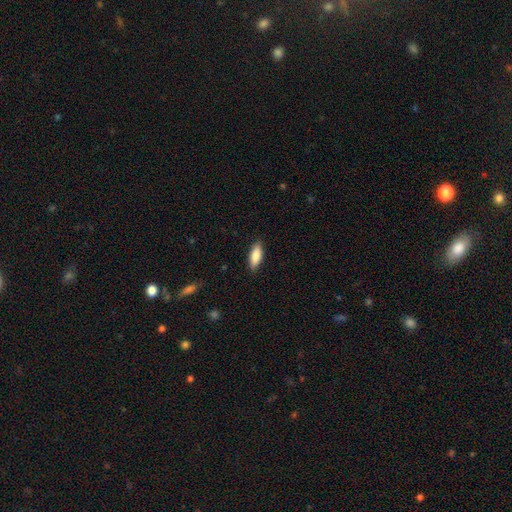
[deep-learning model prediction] This is clearly a smooth galaxy (85%). How rounded: likely in between (69%). Merging: clearly none (87%).